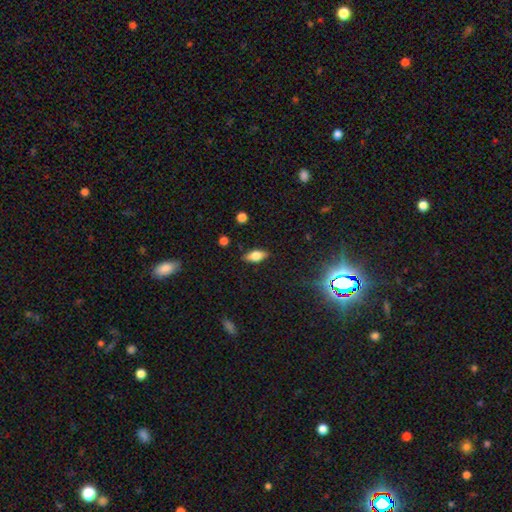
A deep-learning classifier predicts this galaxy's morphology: smooth-or-featured: smooth: 65% | featured or disk: 26% | star or artifact: 9%
  how-rounded: in between: 81% | cigar-shaped: 15% | round: 4%
  merging: none: 86% | minor disturbance: 10% | major disturbance: 2% | merger: 1%